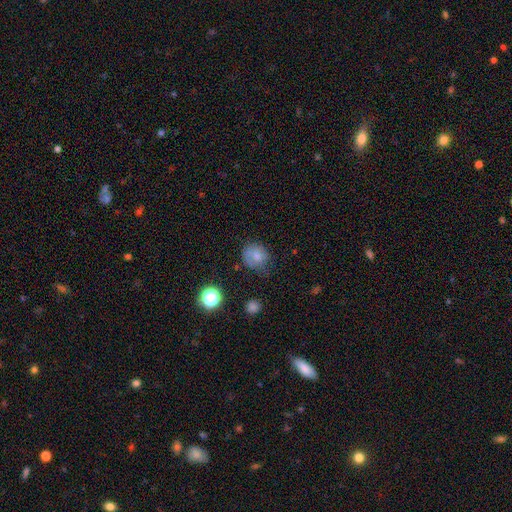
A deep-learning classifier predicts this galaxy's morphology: Smooth or featured: smooth — 68% (featured or disk — 20%)
How rounded: round — 73% (in between — 26%)
Merging: none — 52% (minor disturbance — 31%)